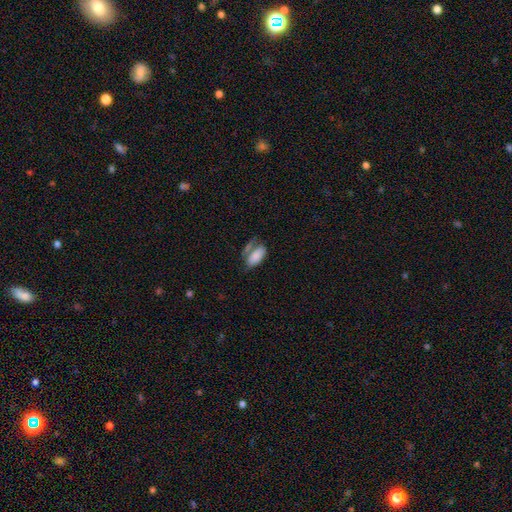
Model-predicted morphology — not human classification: A smooth galaxy with no disk features (78%) that is in between round and cigar-shaped (90%). Merging: none (39%).